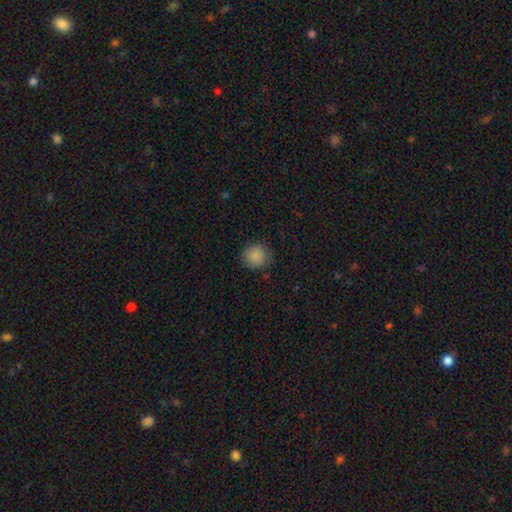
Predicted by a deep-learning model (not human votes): Smooth or featured: smooth — 87% (star or artifact — 9%)
How rounded: round — 90% (in between — 9%)
Merging: none — 82% (minor disturbance — 13%)